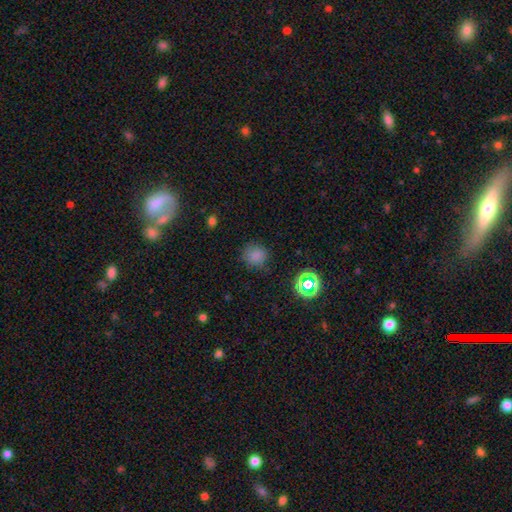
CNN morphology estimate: Smooth or featured: smooth — 77% (star or artifact — 18%)
How rounded: round — 87% (in between — 12%)
Merging: none — 81% (minor disturbance — 13%)